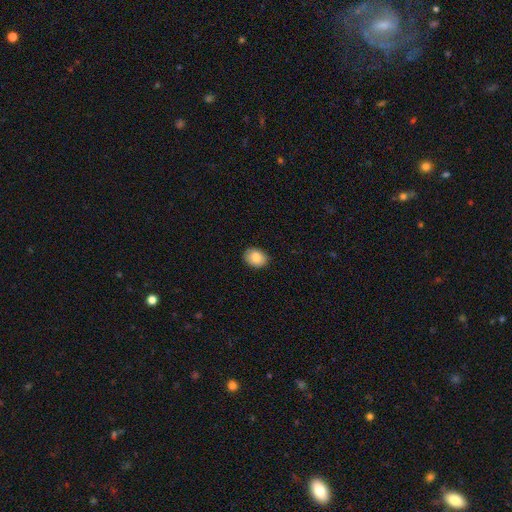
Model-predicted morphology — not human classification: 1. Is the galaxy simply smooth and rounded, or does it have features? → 83% smooth, 9% featured or disk, 7% star or artifact.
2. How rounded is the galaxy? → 69% in between, 30% round, 1% cigar-shaped.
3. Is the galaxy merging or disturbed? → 86% none, 11% minor disturbance, 2% major disturbance, 1% merger.